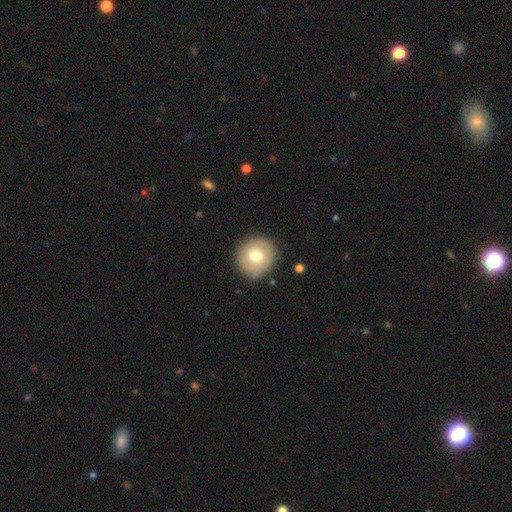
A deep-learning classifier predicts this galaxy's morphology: The model was most divided on "smooth or featured": smooth: 71%, featured or disk: 20%, star or artifact: 9%. More confident: how rounded — round (91%); merging — none (85%).